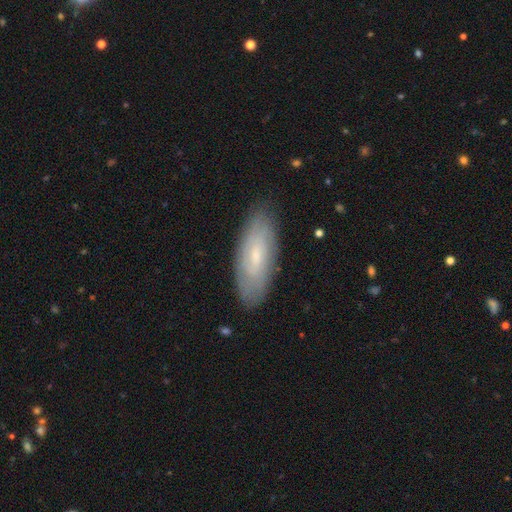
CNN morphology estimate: Overall: smooth (49%; featured or disk 44%). Merging: none (83%).